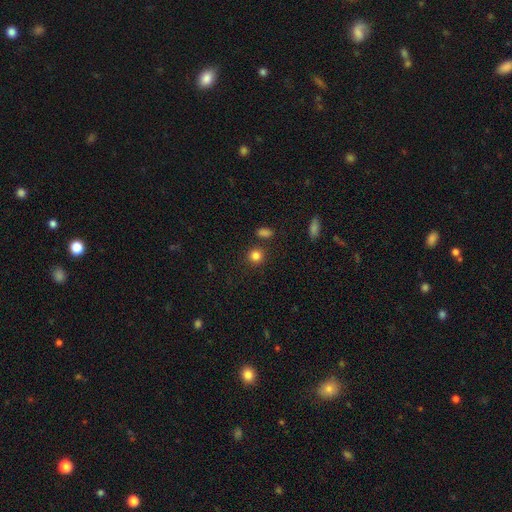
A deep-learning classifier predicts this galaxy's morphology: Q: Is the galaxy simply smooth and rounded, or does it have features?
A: smooth — 83%.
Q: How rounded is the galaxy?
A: round — 87%.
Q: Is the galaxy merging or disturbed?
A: none — 83%.